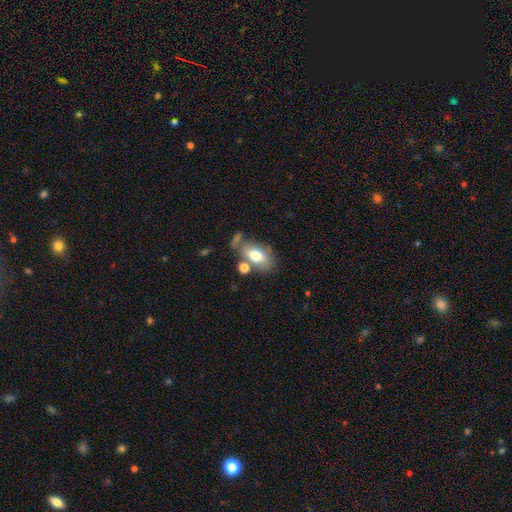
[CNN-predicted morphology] Smooth or featured?
  - smooth: 70% *
  - featured or disk: 22%
  - star or artifact: 8%
How rounded?
  - in between: 86% *
  - round: 11%
  - cigar-shaped: 3%
Merging?
  - none: 53% *
  - merger: 20%
  - minor disturbance: 18%
  - major disturbance: 9%